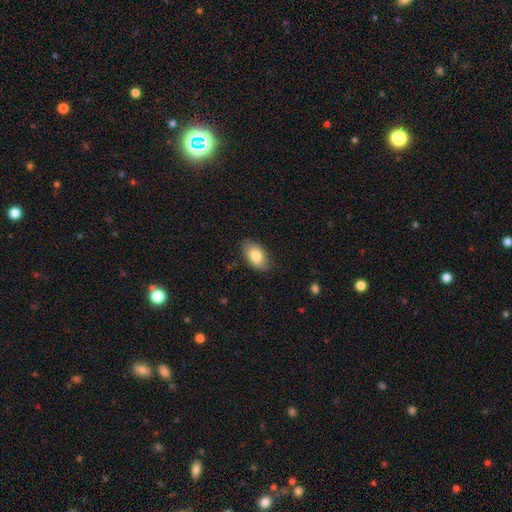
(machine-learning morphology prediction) Smooth or featured? Predicted: smooth (p=0.80). How rounded? Predicted: in between (p=0.93). Merging? Predicted: none (p=0.83).